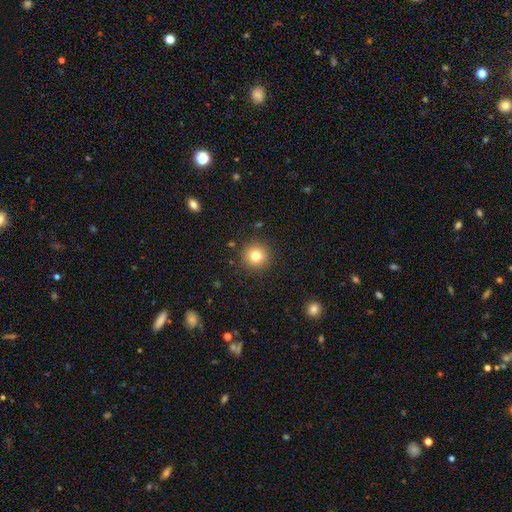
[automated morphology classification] Overall: smooth (79%). How rounded: round (95%). Merging: none (90%).